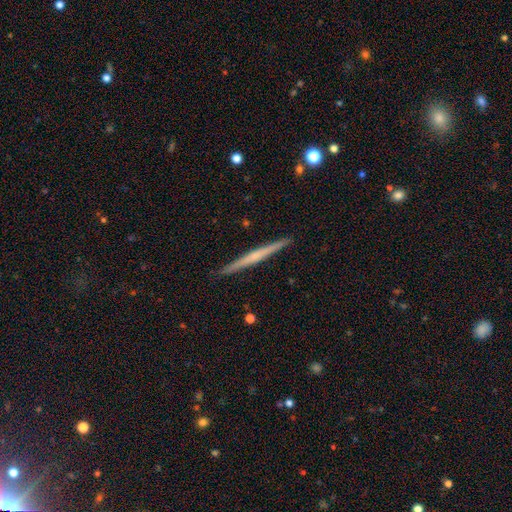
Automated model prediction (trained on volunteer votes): smooth-or-featured: featured or disk: 63% | smooth: 32% | star or artifact: 5%
  disk-edge-on: yes: 98% | no: 2%
    edge-on-bulge: none: 62% | rounded: 31% | boxy: 7%
  merging: none: 92% | minor disturbance: 5% | major disturbance: 1% | merger: 1%